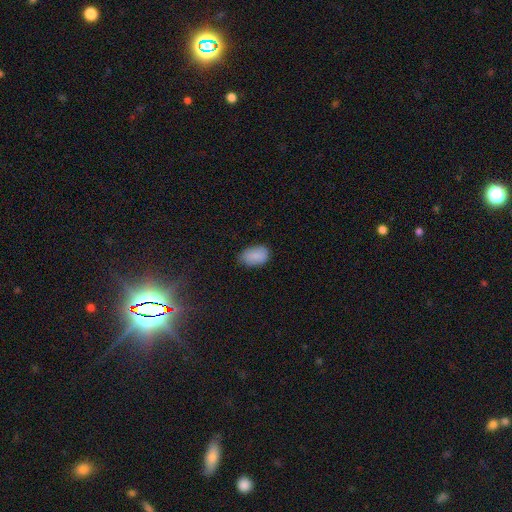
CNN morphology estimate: smooth-or-featured: smooth: 87% | star or artifact: 8% | featured or disk: 5%
  how-rounded: in between: 90% | round: 9% | cigar-shaped: 1%
  merging: none: 73% | minor disturbance: 22% | major disturbance: 4% | merger: 1%